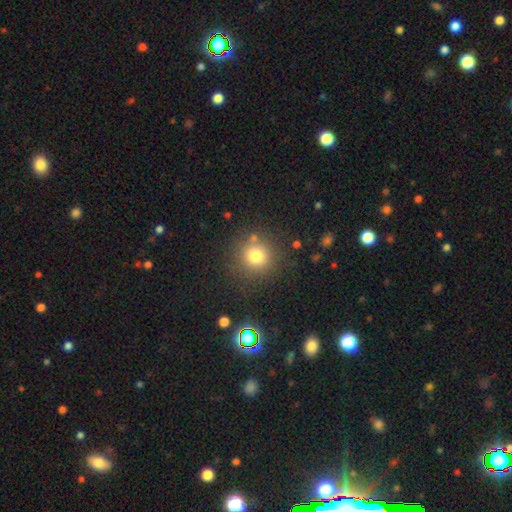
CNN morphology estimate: A smooth galaxy with no disk features (77%) that is round (93%).

Vote fractions:
- Smooth or featured? smooth: 77% / star or artifact: 15% / featured or disk: 8%
- How rounded? round: 93% / in between: 6% / cigar-shaped: 1%
- Merging? none: 83% / minor disturbance: 9% / merger: 5% / major disturbance: 4%